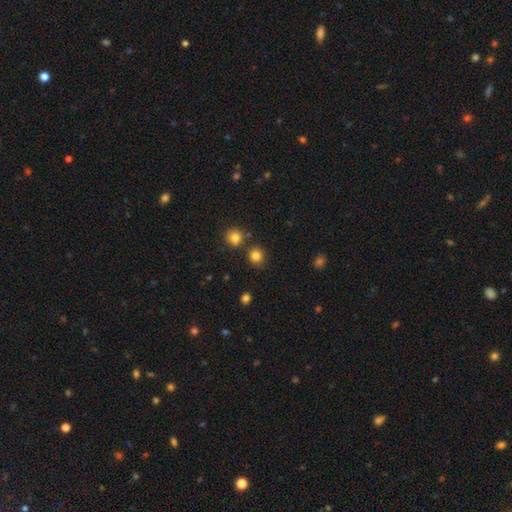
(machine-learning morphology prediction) Q: Smooth or featured?
A: smooth (82%); runner-up: star or artifact (13%)
Q: How rounded?
A: round (89%); runner-up: in between (10%)
Q: Merging?
A: none (83%); runner-up: minor disturbance (8%)